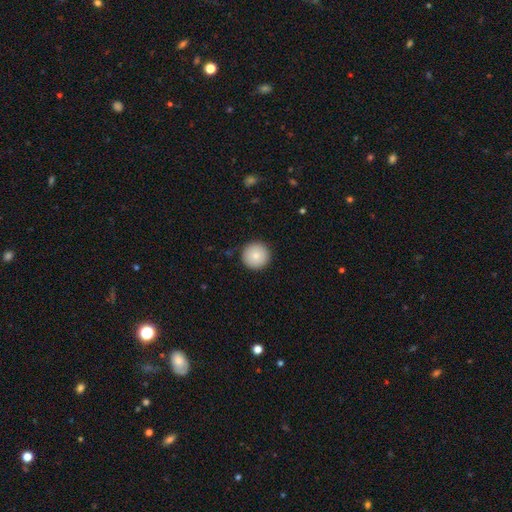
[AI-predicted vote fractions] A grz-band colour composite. It shows a smooth galaxy with no disk features (85%) that is round (96%). Merging: none (91%).